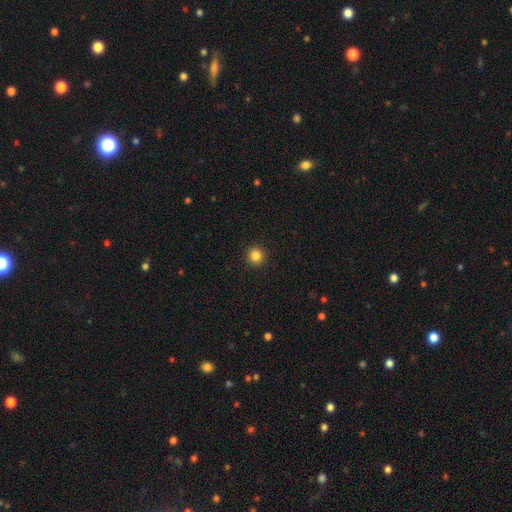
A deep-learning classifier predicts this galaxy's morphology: Smooth or featured?
  - smooth: 84% *
  - star or artifact: 12%
  - featured or disk: 5%
How rounded?
  - round: 95% *
  - in between: 4%
  - cigar-shaped: 1%
Merging?
  - none: 93% *
  - minor disturbance: 4%
  - major disturbance: 2%
  - merger: 1%